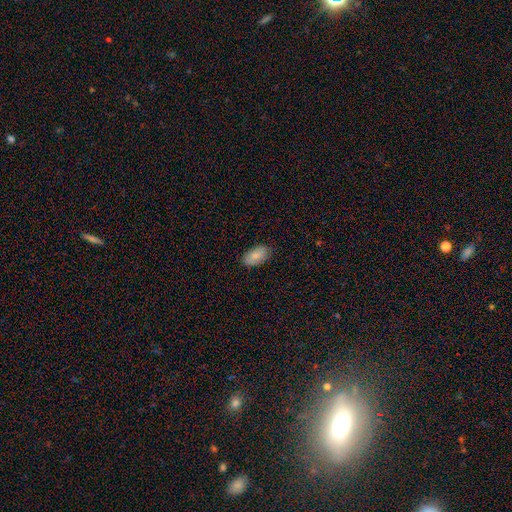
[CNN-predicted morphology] smooth-or-featured: smooth: 85% | featured or disk: 9% | star or artifact: 6%
  how-rounded: in between: 95% | round: 3% | cigar-shaped: 2%
  merging: none: 83% | minor disturbance: 13% | major disturbance: 2% | merger: 1%